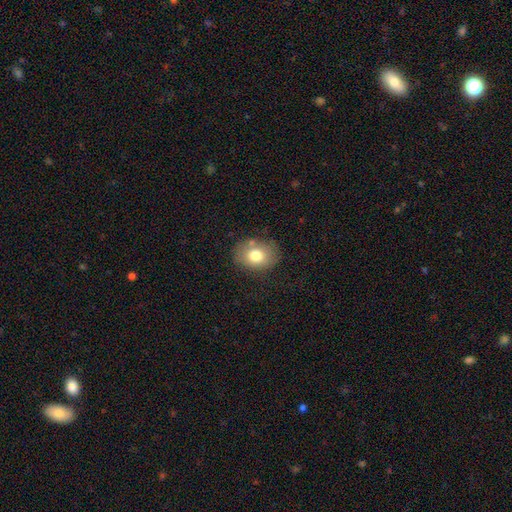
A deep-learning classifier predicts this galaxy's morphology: smooth-or-featured: smooth: 75% | featured or disk: 16% | star or artifact: 10%
  how-rounded: in between: 56% | round: 43% | cigar-shaped: 1%
  merging: none: 73% | minor disturbance: 17% | major disturbance: 5% | merger: 5%